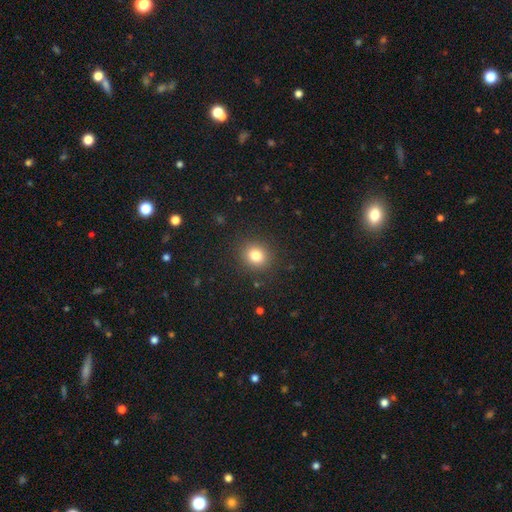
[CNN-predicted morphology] type=smooth (81%); roundness=round (79%); merging=none (88%).